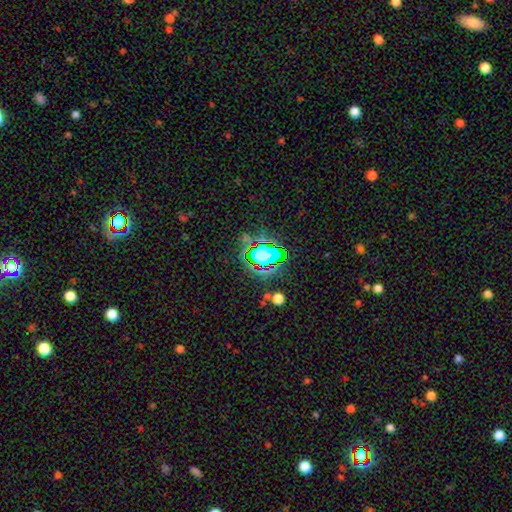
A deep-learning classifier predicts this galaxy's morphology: star or artifact 73%, smooth 17%, featured or disk 10%.